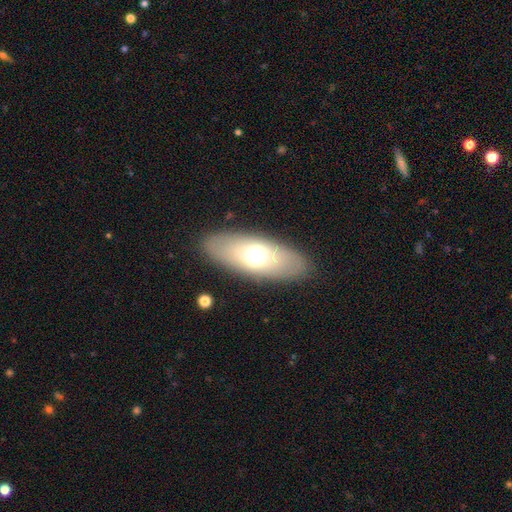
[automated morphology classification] Overall: smooth (55%; featured or disk 37%). How rounded: in between (80%). Merging: none (85%).